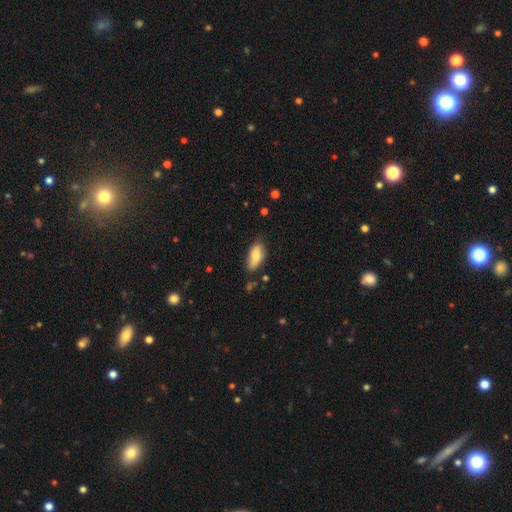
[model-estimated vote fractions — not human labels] Q: Smooth or featured?
A: smooth (76%); runner-up: featured or disk (17%)
Q: How rounded?
A: in between (90%); runner-up: cigar-shaped (7%)
Q: Merging?
A: none (74%); runner-up: minor disturbance (21%)